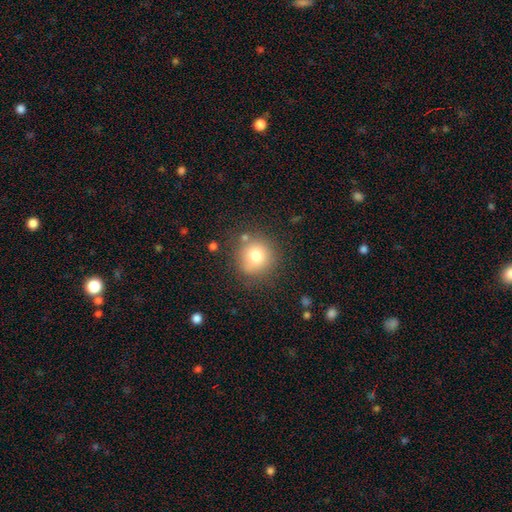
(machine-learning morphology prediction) A smooth galaxy with no disk features (76%) that is round (90%).

Vote fractions:
- Smooth or featured? smooth: 76% / star or artifact: 12% / featured or disk: 12%
- How rounded? round: 90% / in between: 9% / cigar-shaped: 1%
- Merging? none: 76% / minor disturbance: 13% / merger: 5% / major disturbance: 5%